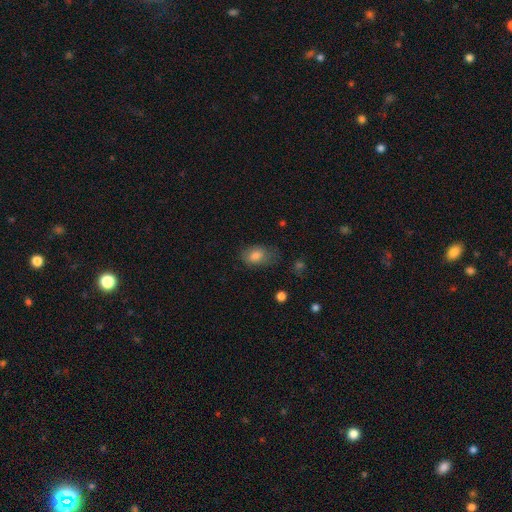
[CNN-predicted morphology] This is likely a smooth galaxy (78%). How rounded: clearly in between (83%). Merging: likely none (63%).